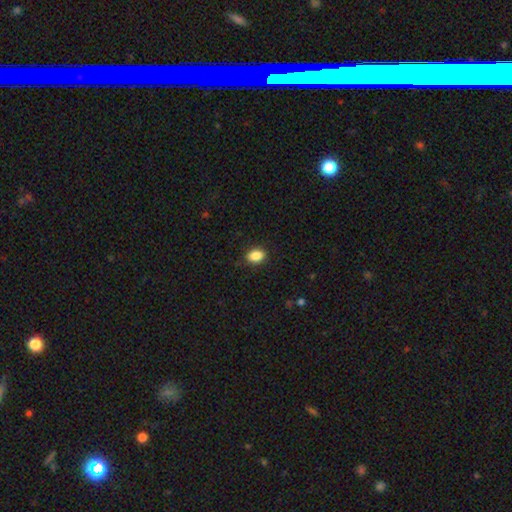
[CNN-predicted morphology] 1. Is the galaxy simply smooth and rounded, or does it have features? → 87% smooth, 8% star or artifact, 4% featured or disk.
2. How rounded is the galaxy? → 80% in between, 19% round, 2% cigar-shaped.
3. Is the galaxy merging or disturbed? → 87% none, 10% minor disturbance, 2% major disturbance, 1% merger.